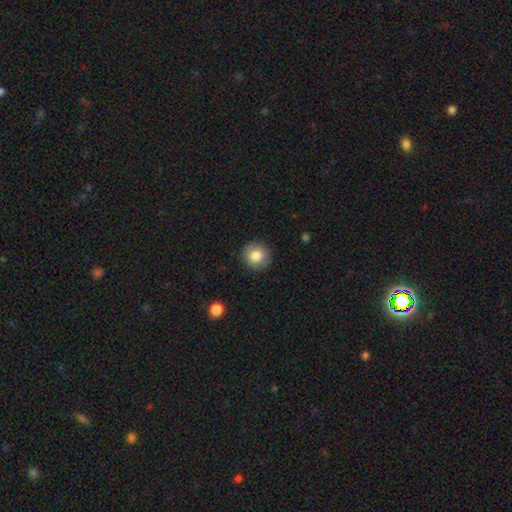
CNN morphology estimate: This is clearly a smooth galaxy (83%). How rounded: clearly round (92%). Merging: clearly none (89%).